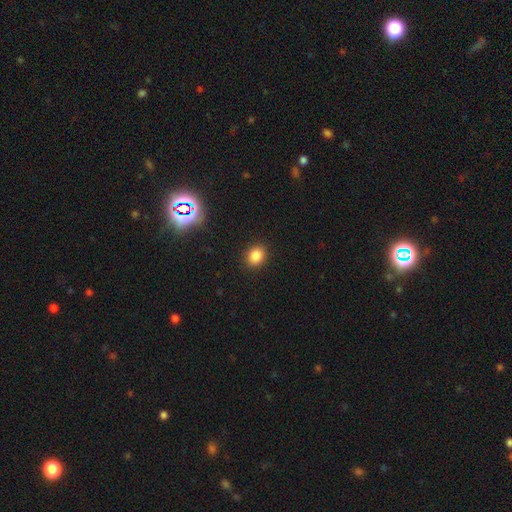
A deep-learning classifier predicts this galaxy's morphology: Smooth or featured? smooth (84%)
How rounded? round (55%)
Merging? none (90%)